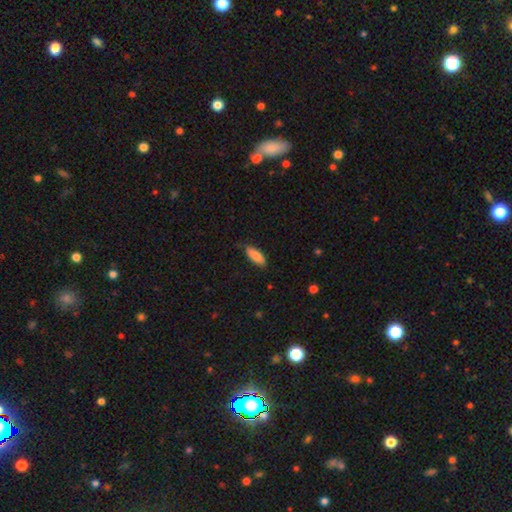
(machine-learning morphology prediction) This appears to be a smooth galaxy with no disk features (83%) that is in between round and cigar-shaped (73%). Merging: none (75%).